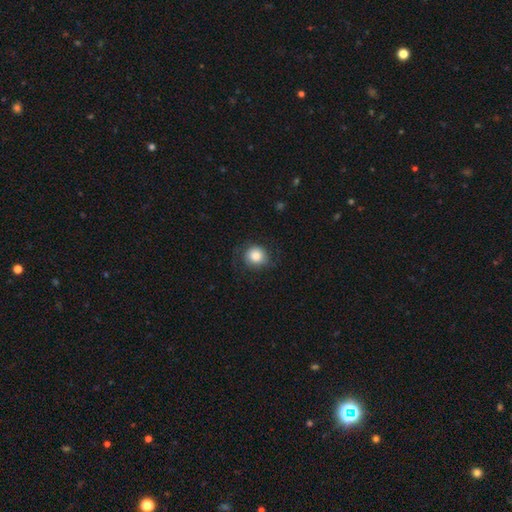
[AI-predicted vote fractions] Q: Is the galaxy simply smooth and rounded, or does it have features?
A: smooth — 81%.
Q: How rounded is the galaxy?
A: round — 84%.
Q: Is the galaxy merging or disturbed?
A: none — 70%.